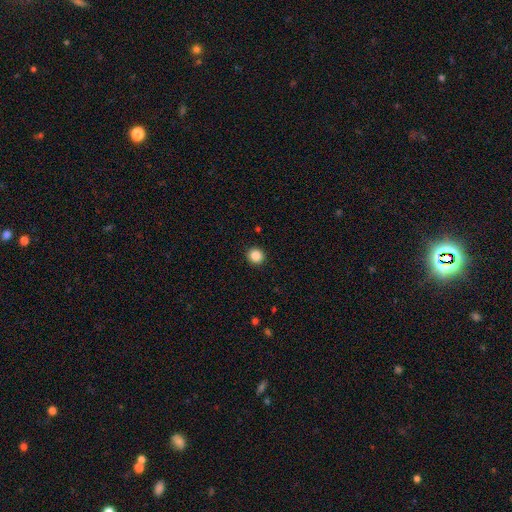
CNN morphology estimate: This is clearly a smooth galaxy (87%). How rounded: clearly round (91%). Merging: clearly none (93%).